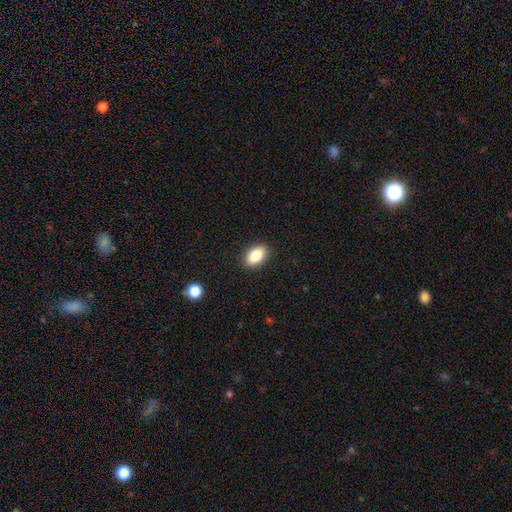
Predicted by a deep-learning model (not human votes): smooth 84%, featured or disk 8%, star or artifact 8%. Down the decision tree: how rounded — in between (91%); merging — none (89%).